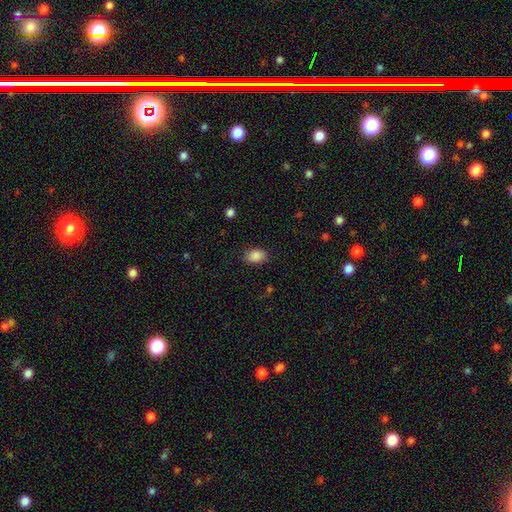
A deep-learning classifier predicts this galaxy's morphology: This appears to be a smooth galaxy with no disk features (88%) that is in between round and cigar-shaped (83%). Merging: none (84%).